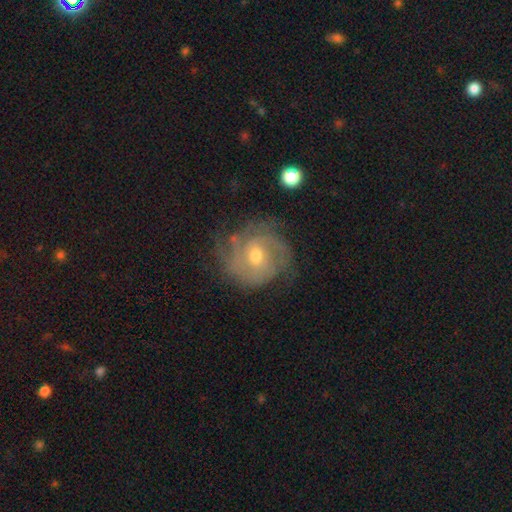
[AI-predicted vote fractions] Smooth or featured? featured or disk (84%)
Edge-on disk? no (97%)
Bar? no (58%)
Spiral arms? yes (95%)
Spiral winding? tight (64%)
Spiral arm count? 3 (29%)
Bulge size? moderate (59%)
Merging? none (71%)